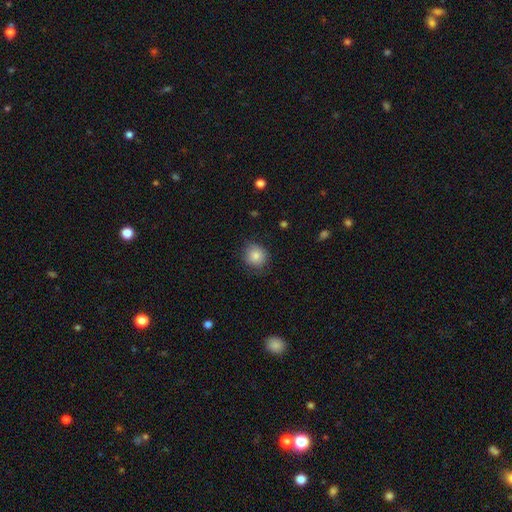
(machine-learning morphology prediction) Q: Smooth or featured?
A: smooth (85%); runner-up: star or artifact (8%)
Q: How rounded?
A: round (84%); runner-up: in between (15%)
Q: Merging?
A: none (78%); runner-up: minor disturbance (17%)